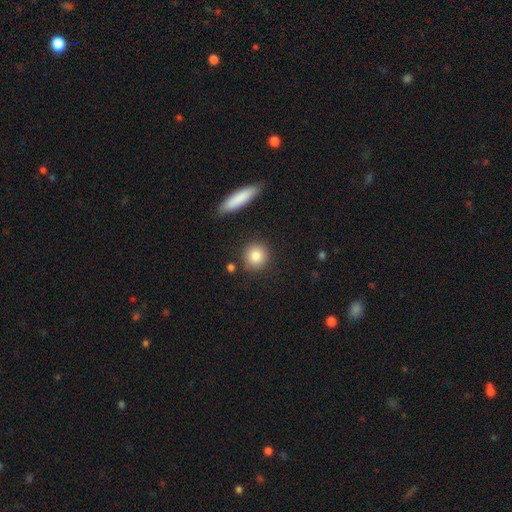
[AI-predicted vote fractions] A smooth galaxy with no disk features (85%) that is round (88%). Merging: none (85%).